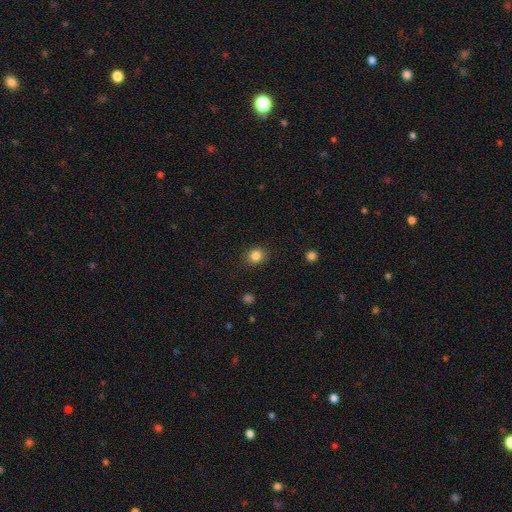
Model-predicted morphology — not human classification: Overall: smooth (84%). How rounded: round (72%). Merging: none (88%).